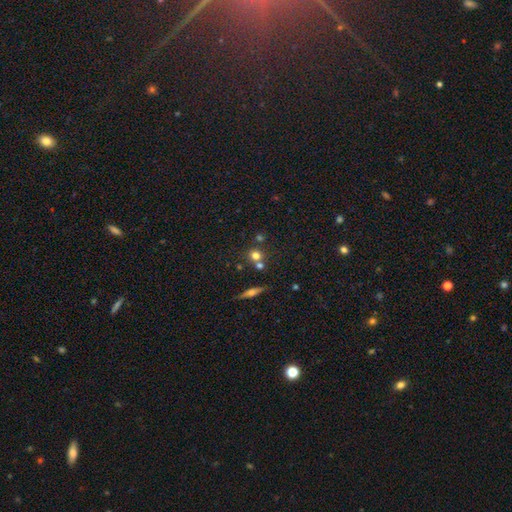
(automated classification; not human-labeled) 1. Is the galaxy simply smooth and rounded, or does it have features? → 69% smooth, 15% star or artifact, 15% featured or disk.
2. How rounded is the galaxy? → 86% round, 11% in between, 2% cigar-shaped.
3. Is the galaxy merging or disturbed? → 61% none, 28% merger, 8% minor disturbance, 3% major disturbance.